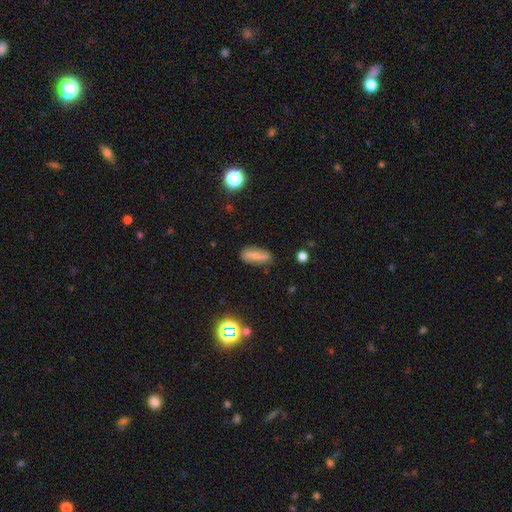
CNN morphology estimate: smooth 58%, featured or disk 31%, star or artifact 10%. Down the decision tree: how rounded — in between (61%); merging — none (74%).